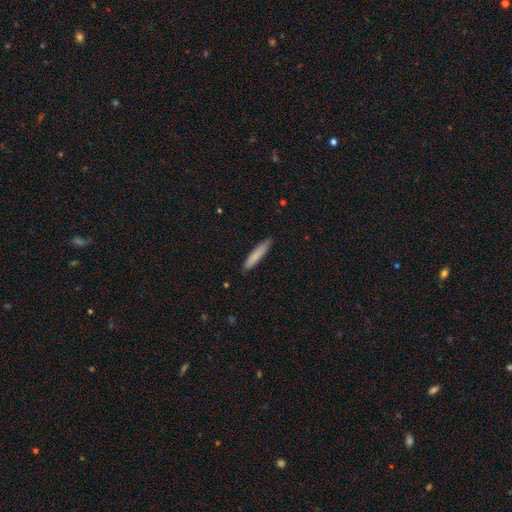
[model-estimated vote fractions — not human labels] smooth_or_featured: smooth (p=0.81) [alt: featured or disk p=0.13]
how_rounded: cigar-shaped (p=0.91) [alt: in between p=0.08]
merging: none (p=0.87) [alt: minor disturbance p=0.10]